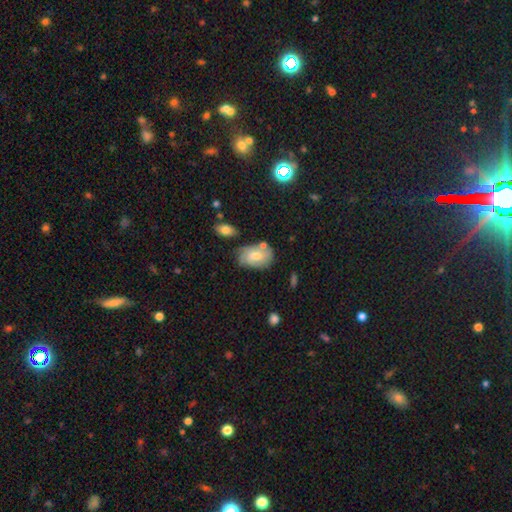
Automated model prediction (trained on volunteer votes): Overall: smooth (62%; featured or disk 30%). How rounded: in between (87%). Merging: none (57%; minor disturbance 25%).